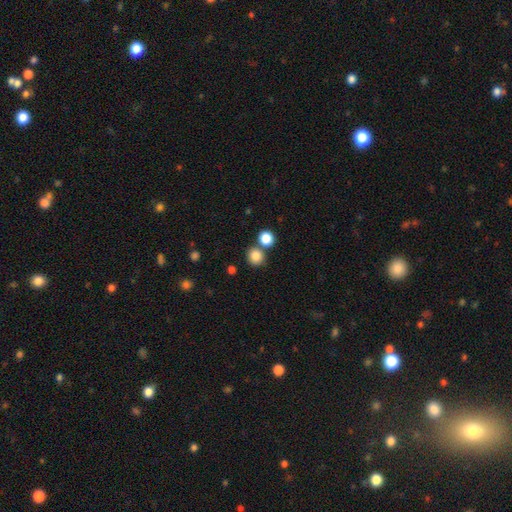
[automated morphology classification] Smooth or featured?
  - smooth: 84% *
  - star or artifact: 11%
  - featured or disk: 5%
How rounded?
  - round: 88% *
  - in between: 11%
  - cigar-shaped: 1%
Merging?
  - none: 69% *
  - merger: 20%
  - minor disturbance: 7%
  - major disturbance: 3%